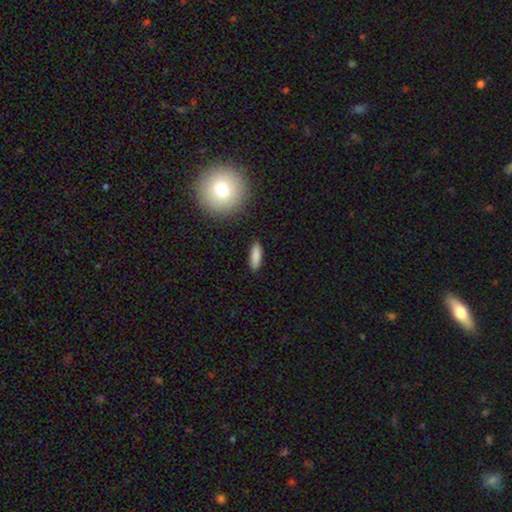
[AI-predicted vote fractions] A smooth galaxy with no disk features (85%) that is cigar-shaped (55%).

Vote fractions:
- Smooth or featured? smooth: 85% / star or artifact: 7% / featured or disk: 7%
- How rounded? cigar-shaped: 55% / in between: 42% / round: 2%
- Merging? none: 87% / minor disturbance: 9% / major disturbance: 2% / merger: 2%